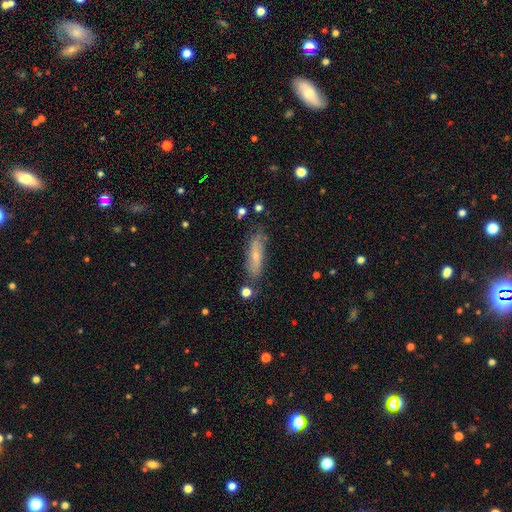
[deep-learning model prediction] A smooth galaxy with no disk features (55%) that is cigar-shaped (66%). Merging: none (74%).